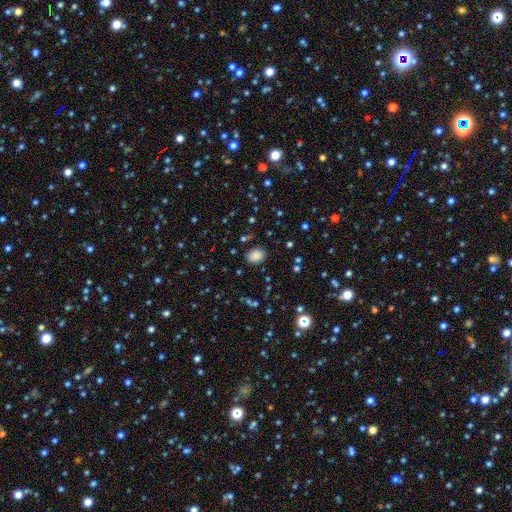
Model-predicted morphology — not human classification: Smooth or featured: smooth — 84% (star or artifact — 11%)
How rounded: in between — 59% (round — 40%)
Merging: none — 85% (minor disturbance — 10%)